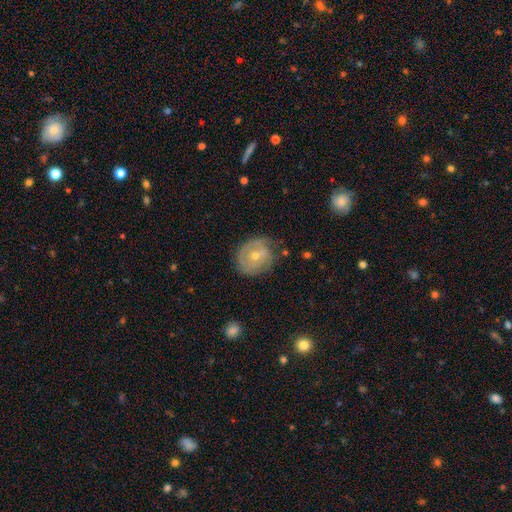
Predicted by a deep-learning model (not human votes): Smooth or featured?
  - featured or disk: 65% *
  - smooth: 28%
  - star or artifact: 7%
Edge-on disk?
  - no: 96% *
  - yes: 4%
Bar?
  - no: 60% *
  - weak: 33%
  - strong: 8%
Spiral arms?
  - yes: 76% *
  - no: 24%
Bulge size?
  - small: 52% *
  - moderate: 45%
  - large: 1%
  - none: 1%
  - dominant: 1%
Merging?
  - none: 63% *
  - minor disturbance: 26%
  - major disturbance: 9%
  - merger: 2%